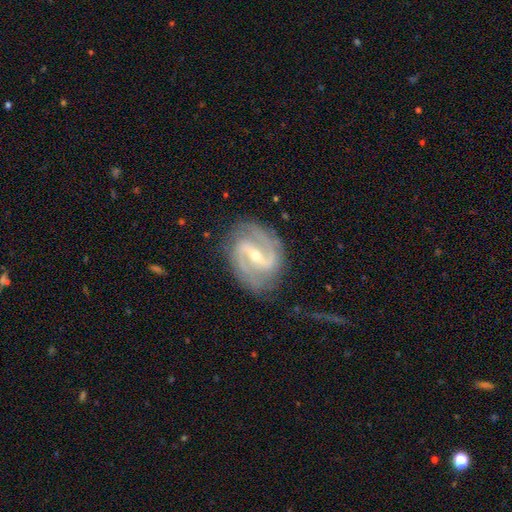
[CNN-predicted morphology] type=featured or disk (91%); edge-on=no (97%); bar=strong (57%); spiral arms=yes (97%); winding=medium (52%); arm count=2 (89%); bulge=small (55%); merging=none (78%).